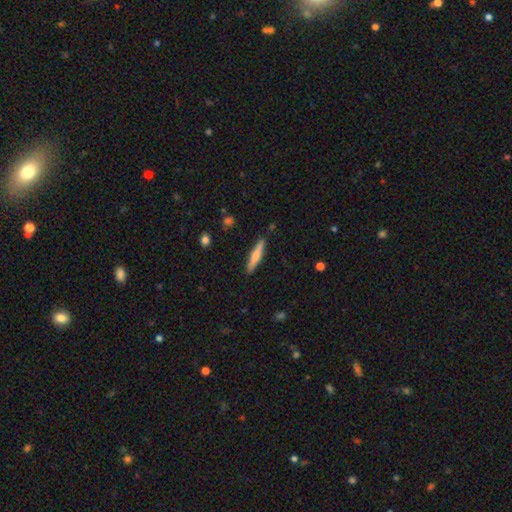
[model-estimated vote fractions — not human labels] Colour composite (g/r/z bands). It shows a smooth galaxy with no disk features (57%) that is cigar-shaped (91%). Merging: none (89%).